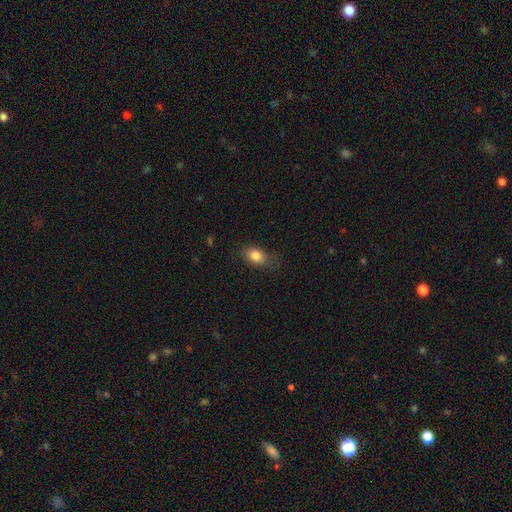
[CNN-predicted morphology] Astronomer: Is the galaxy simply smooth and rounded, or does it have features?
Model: smooth — 83%.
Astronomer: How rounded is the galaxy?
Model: in between — 76%.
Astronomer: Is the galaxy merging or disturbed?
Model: none — 69%.